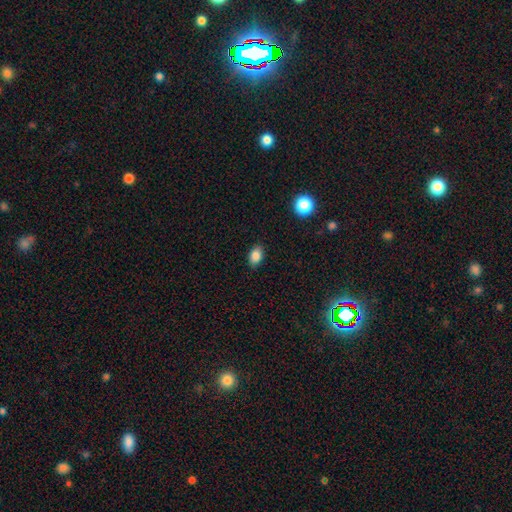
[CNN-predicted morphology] smooth_or_featured: smooth (p=0.85) [alt: star or artifact p=0.10]
how_rounded: in between (p=0.84) [alt: round p=0.15]
merging: none (p=0.86) [alt: minor disturbance p=0.10]